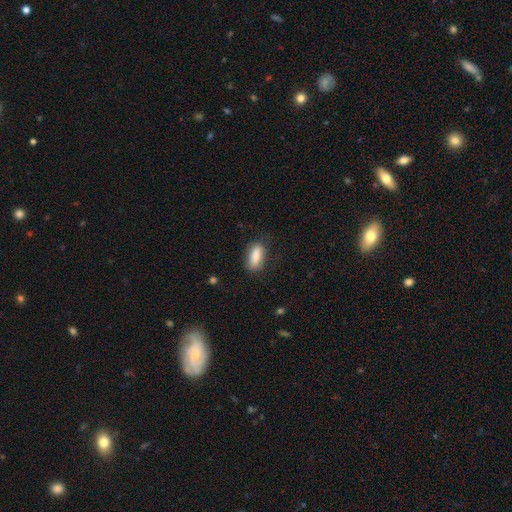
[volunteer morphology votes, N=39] Smooth or featured?
  - smooth: 87% *
  - featured or disk: 8%
  - star or artifact: 5%
How rounded?
  - in between: 74% *
  - cigar-shaped: 26%
  - round: 0%
Merging?
  - none: 78% *
  - minor disturbance: 14%
  - major disturbance: 8%
  - merger: 0%